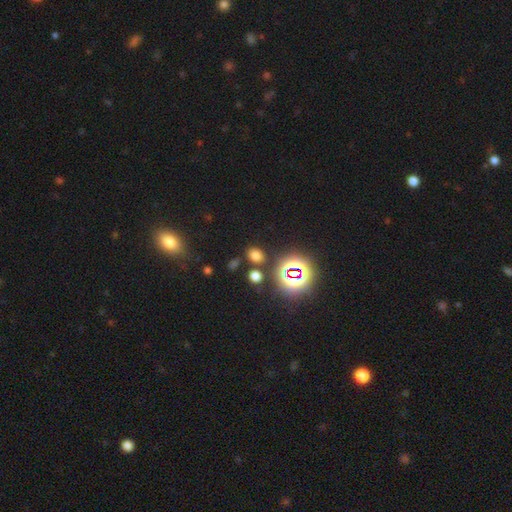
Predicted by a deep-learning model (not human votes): Smooth or featured: smooth — 66% (star or artifact — 28%)
How rounded: round — 51% (in between — 48%)
Merging: none — 82% (minor disturbance — 8%)